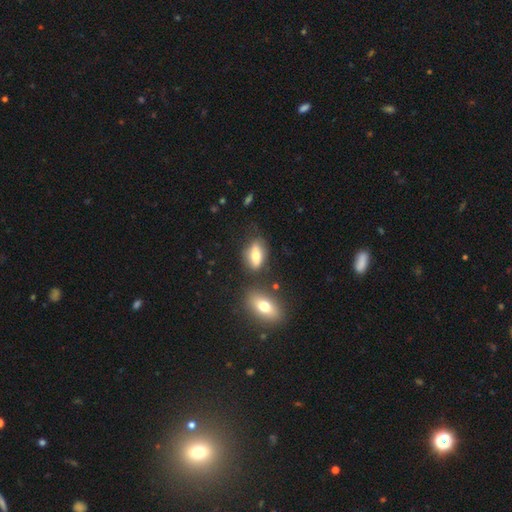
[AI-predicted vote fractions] Q: Smooth or featured?
A: smooth (65%); runner-up: featured or disk (27%)
Q: How rounded?
A: in between (82%); runner-up: cigar-shaped (12%)
Q: Merging?
A: none (67%); runner-up: minor disturbance (18%)